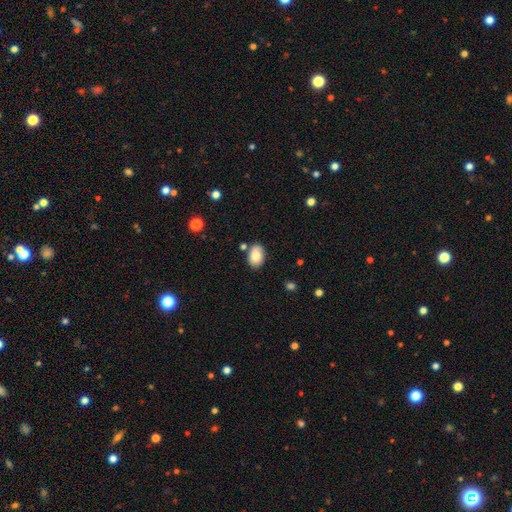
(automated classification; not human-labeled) Smooth or featured? Predicted: smooth (p=0.81). How rounded? Predicted: in between (p=0.84). Merging? Predicted: none (p=0.75).